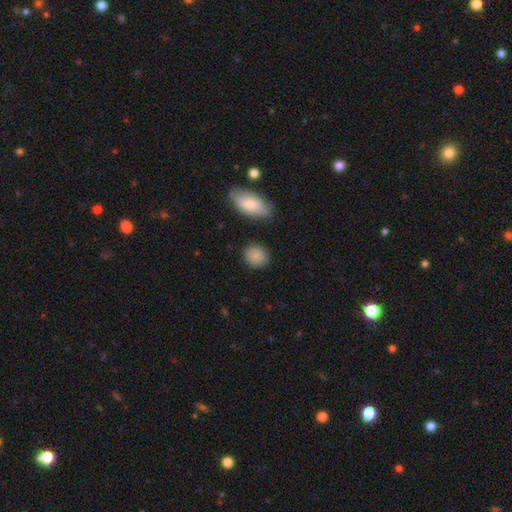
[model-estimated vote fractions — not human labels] smooth-or-featured: smooth: 86% | star or artifact: 8% | featured or disk: 6%
  how-rounded: round: 75% | in between: 24% | cigar-shaped: 2%
  merging: none: 84% | minor disturbance: 10% | major disturbance: 3% | merger: 3%